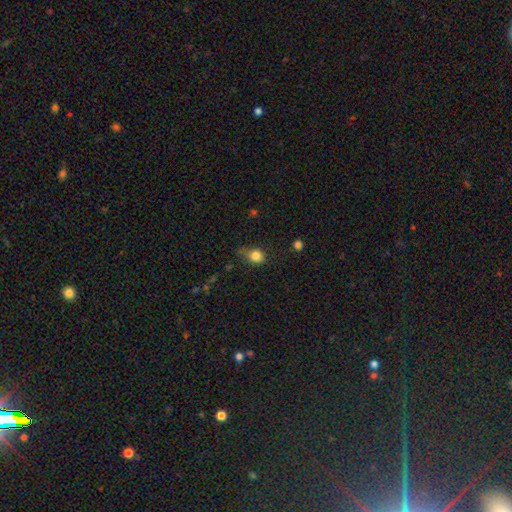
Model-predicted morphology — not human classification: Overall: smooth (82%). How rounded: round (59%; in between 39%). Merging: none (43%; minor disturbance 38%).